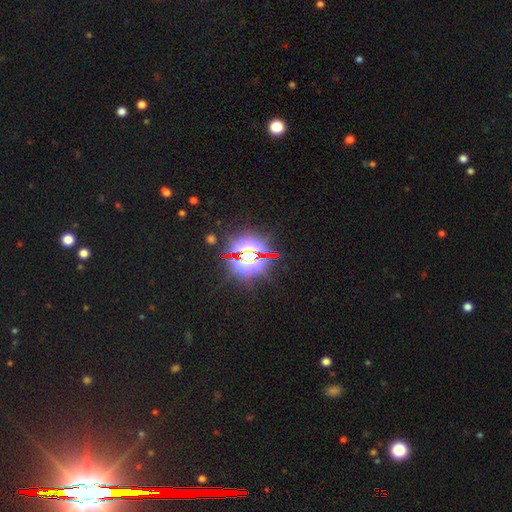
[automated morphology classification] star or artifact 81%, smooth 11%, featured or disk 8%.